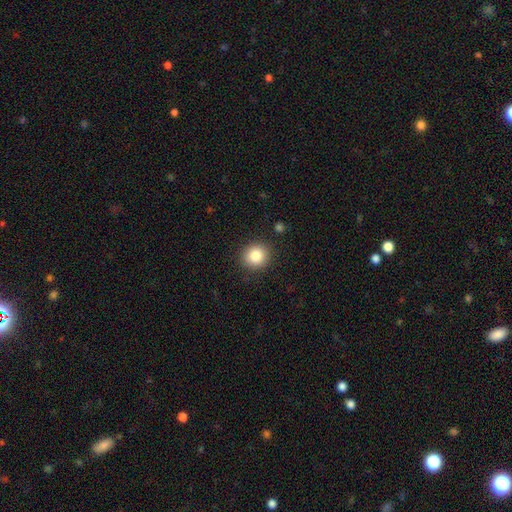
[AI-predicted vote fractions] smooth_or_featured: smooth (p=0.84) [alt: star or artifact p=0.10]
how_rounded: round (p=0.87) [alt: in between p=0.12]
merging: none (p=0.89) [alt: minor disturbance p=0.07]